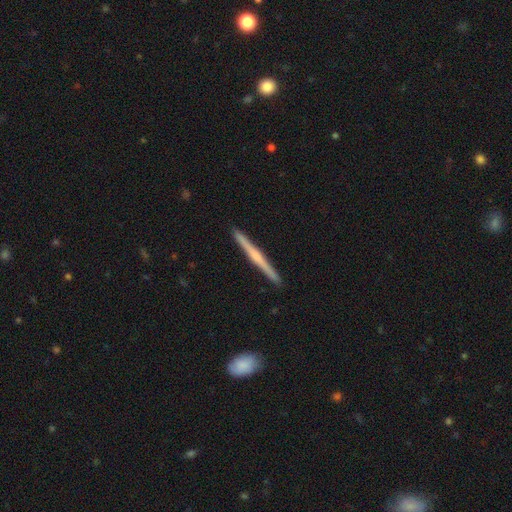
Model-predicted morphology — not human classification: The model was most divided on "edge-on bulge": rounded: 58%, none: 32%, boxy: 11%. More confident: edge-on disk — yes (98%); merging — none (93%); smooth or featured — featured or disk (68%).